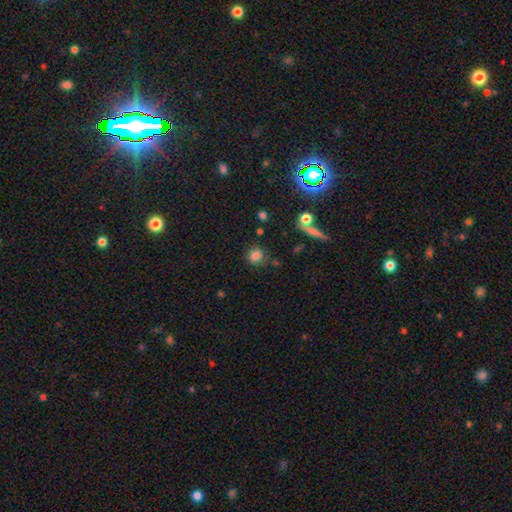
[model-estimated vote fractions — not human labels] Overall: smooth (79%). How rounded: round (77%). Merging: none (76%).